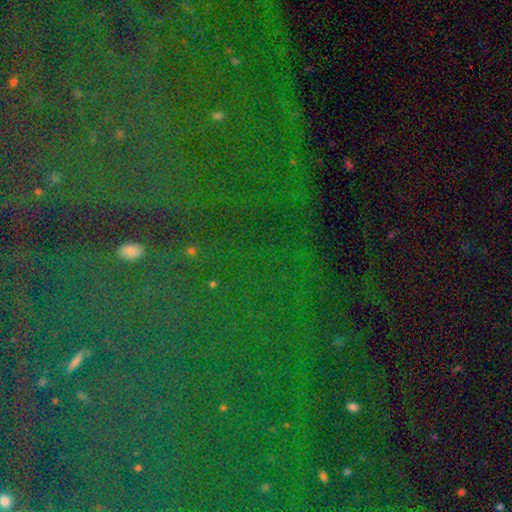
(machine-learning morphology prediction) This is likely a star or artifact rather than a galaxy (80%).